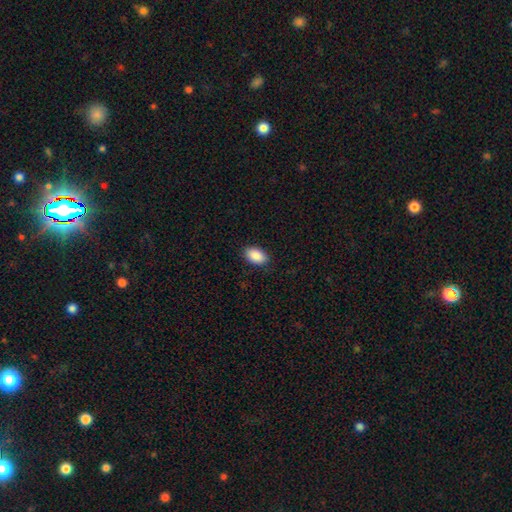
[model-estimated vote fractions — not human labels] This is clearly a smooth galaxy (90%). How rounded: clearly in between (91%). Merging: clearly none (87%).